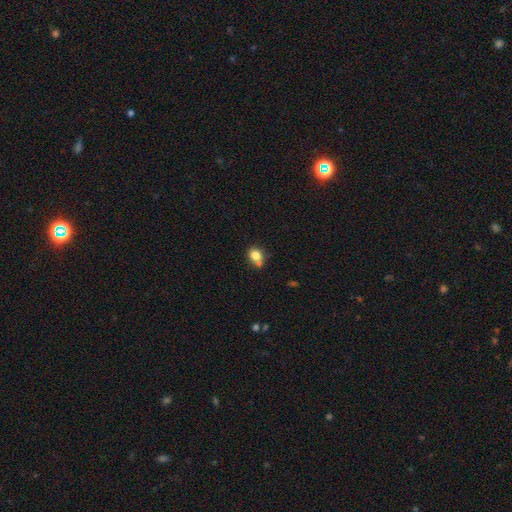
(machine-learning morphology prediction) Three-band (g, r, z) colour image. It shows a smooth galaxy with no disk features (80%) that is round (56%). Merging: none (50%).